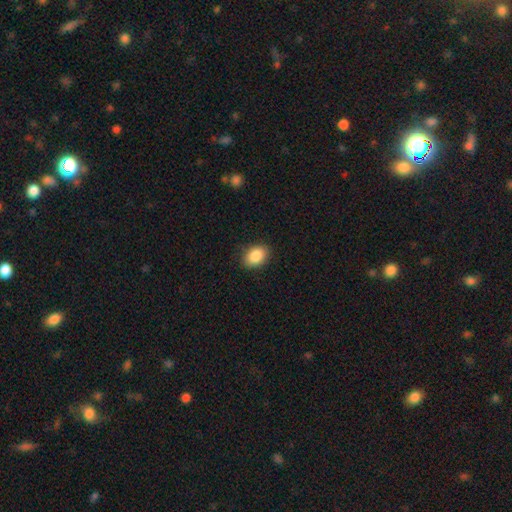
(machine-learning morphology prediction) Smooth or featured?
  - smooth: 88% *
  - star or artifact: 8%
  - featured or disk: 5%
How rounded?
  - in between: 81% *
  - round: 18%
  - cigar-shaped: 1%
Merging?
  - none: 86% *
  - minor disturbance: 10%
  - major disturbance: 2%
  - merger: 1%